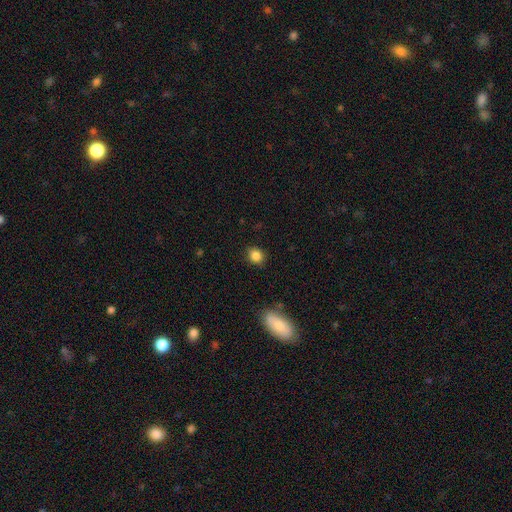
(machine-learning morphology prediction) This is clearly a smooth galaxy (85%). How rounded: likely round (69%). Merging: clearly none (86%).